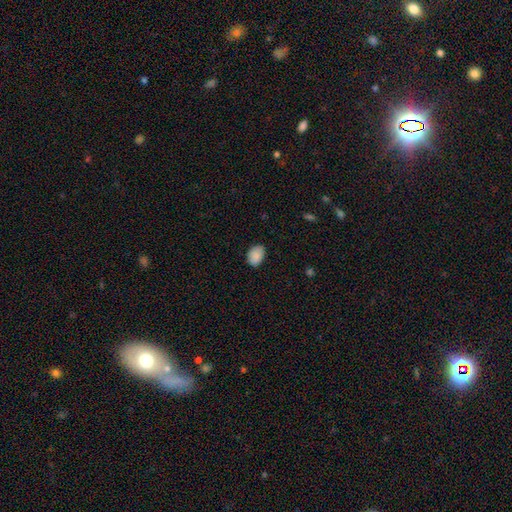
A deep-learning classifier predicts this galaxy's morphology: This appears to be a smooth galaxy with no disk features (88%) that is in between round and cigar-shaped (77%). Merging: none (80%).